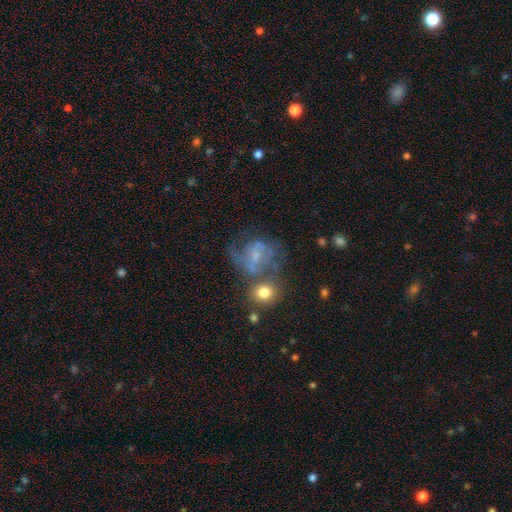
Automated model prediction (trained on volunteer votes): Overall: featured or disk (57%; smooth 31%). Edge-on disk: no (97%). Bar: no (48%; weak 41%). Spiral arms: yes (73%). Bulge size: small (53%; moderate 29%). Merging: none (34%; major disturbance 27%).